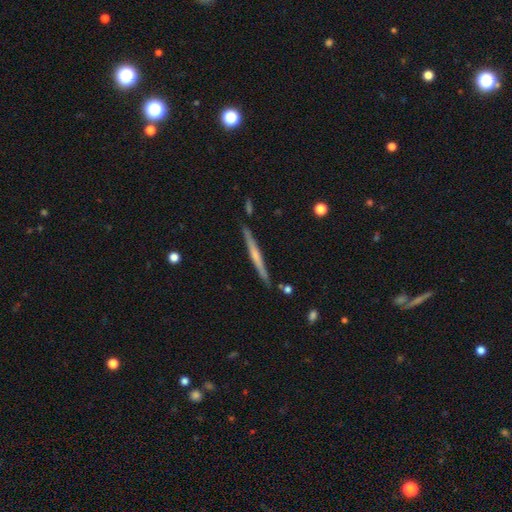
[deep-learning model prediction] Morphology: type=featured or disk (60%); edge-on=yes (97%); edge-on bulge=none (55%); merging=none (87%).